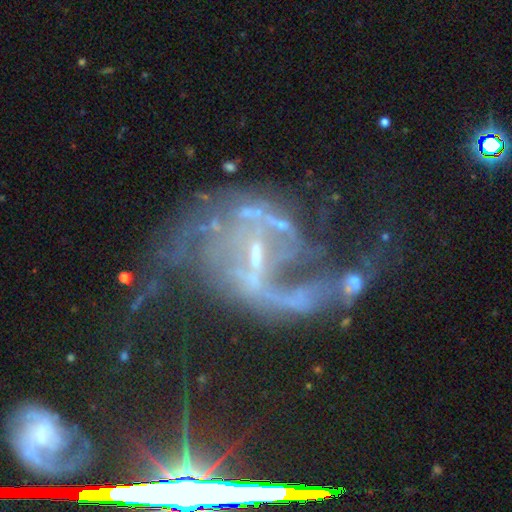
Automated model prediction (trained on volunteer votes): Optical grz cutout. It shows a featured or disk galaxy (85%) with a weak bar (41%), 2 (76%) loose (62%) spiral arms (91%) and a small central bulge (71%). Merging: major disturbance (37%).